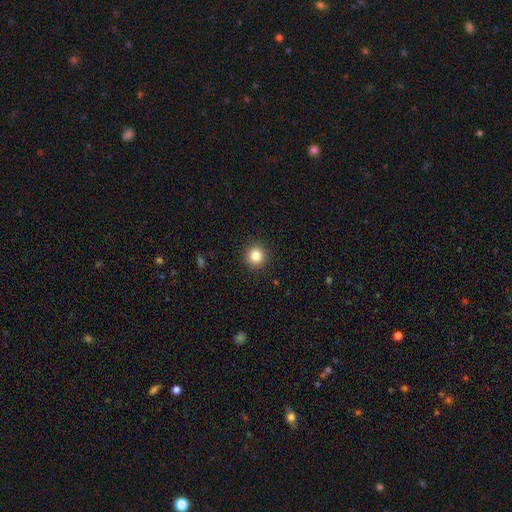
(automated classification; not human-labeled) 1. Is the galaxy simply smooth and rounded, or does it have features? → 84% smooth, 11% star or artifact, 5% featured or disk.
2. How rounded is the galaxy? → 93% round, 6% in between, 1% cigar-shaped.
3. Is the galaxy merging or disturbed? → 92% none, 5% minor disturbance, 2% major disturbance, 1% merger.